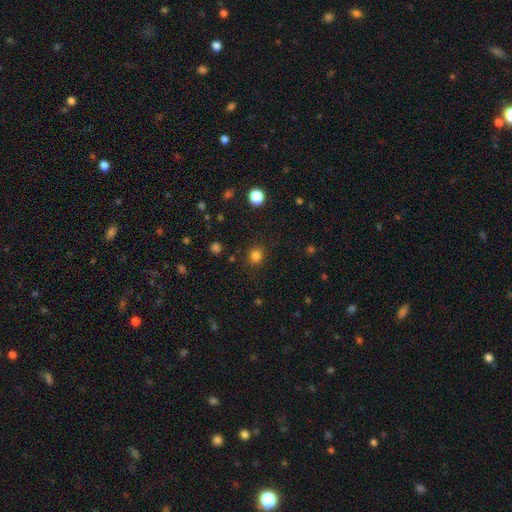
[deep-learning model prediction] Smooth or featured? Predicted: smooth (p=0.82). How rounded? Predicted: round (p=0.78). Merging? Predicted: none (p=0.88).